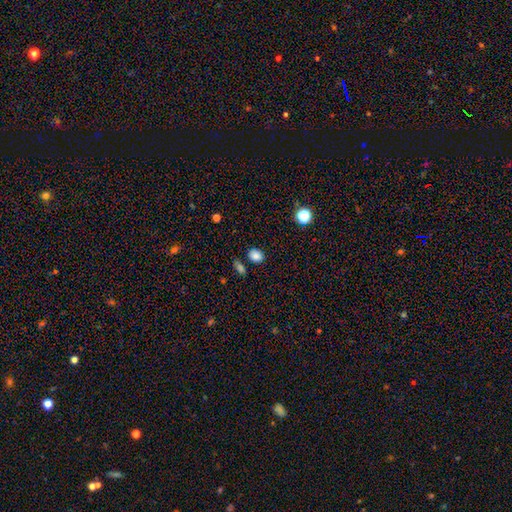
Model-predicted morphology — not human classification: smooth_or_featured: smooth (p=0.84) [alt: star or artifact p=0.11]
how_rounded: in between (p=0.55) [alt: round p=0.44]
merging: none (p=0.82) [alt: minor disturbance p=0.10]